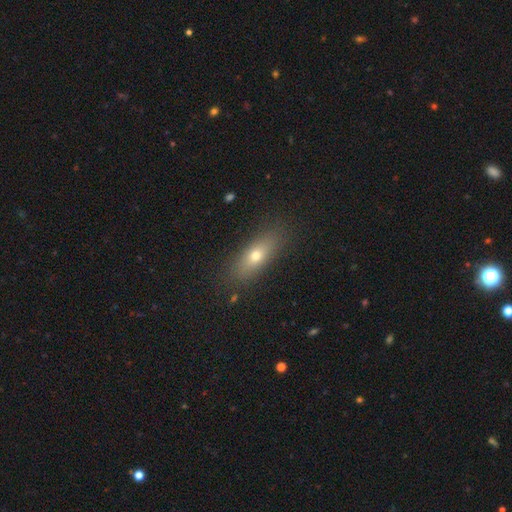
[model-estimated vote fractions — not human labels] Smooth or featured? Predicted: smooth (p=0.66). How rounded? Predicted: in between (p=0.60). Merging? Predicted: none (p=0.84).